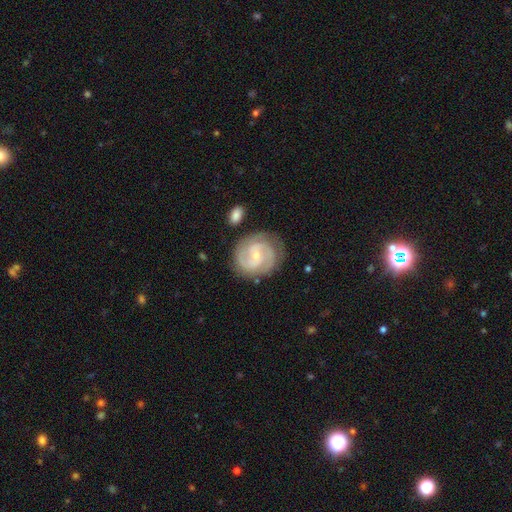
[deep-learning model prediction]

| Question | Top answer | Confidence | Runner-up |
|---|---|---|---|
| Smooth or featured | featured or disk | 86% | smooth (9%) |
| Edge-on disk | no | 98% | yes (2%) |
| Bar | weak | 46% | no (42%) |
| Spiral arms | yes | 97% | no (3%) |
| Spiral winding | medium | 46% | tight (43%) |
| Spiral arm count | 2 | 75% | 3 (12%) |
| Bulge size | small | 70% | moderate (27%) |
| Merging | none | 77% | minor disturbance (15%) |